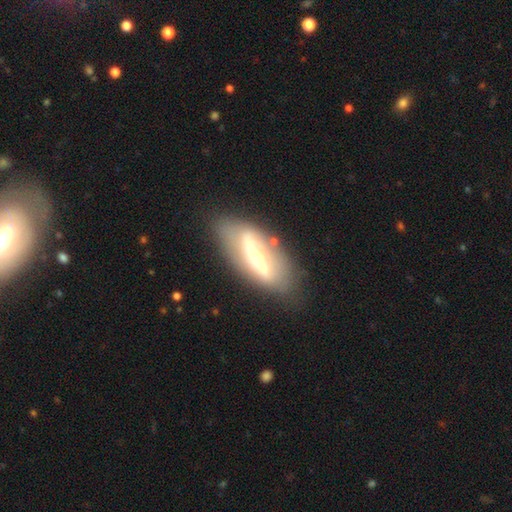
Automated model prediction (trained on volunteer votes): Smooth or featured? featured or disk (65%)
Edge-on disk? no (71%)
Merging? none (71%)